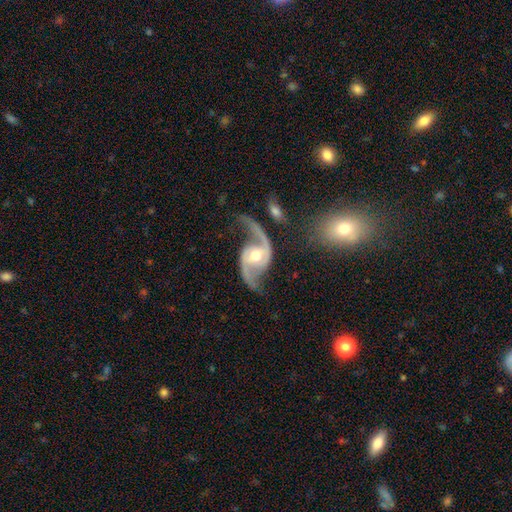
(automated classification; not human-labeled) The model was most divided on "bar": no: 43%, weak: 39%, strong: 18%. More confident: edge-on disk — no (97%); spiral arms — yes (97%); spiral arm count — 2 (93%); smooth or featured — featured or disk (92%); bulge size — moderate (74%); spiral winding — loose (68%); merging — none (63%).